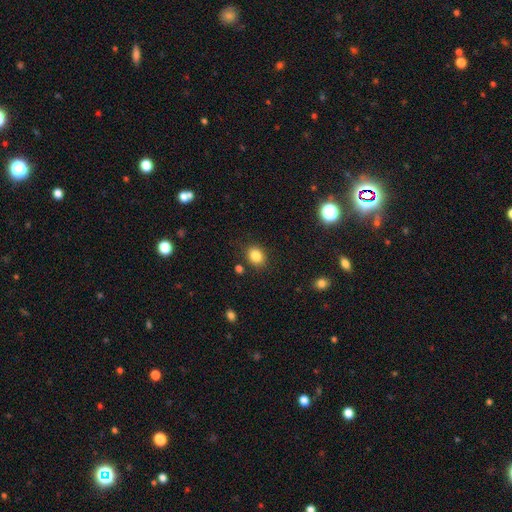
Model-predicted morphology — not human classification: Smooth or featured: smooth — 84% (star or artifact — 11%)
How rounded: in between — 50% (round — 49%)
Merging: none — 84% (minor disturbance — 10%)